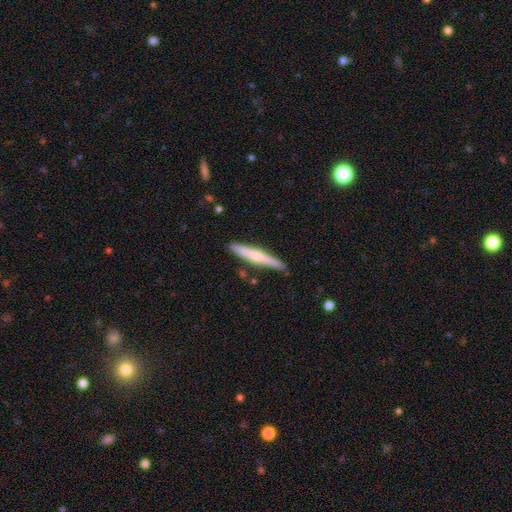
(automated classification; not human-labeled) Overall: smooth (48%; featured or disk 46%). Merging: none (84%).